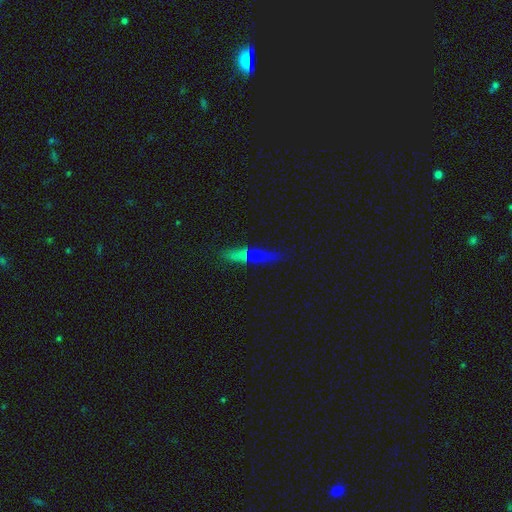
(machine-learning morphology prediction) smooth_or_featured: smooth (p=0.53) [alt: star or artifact p=0.23]
how_rounded: cigar-shaped (p=0.75) [alt: in between p=0.20]
merging: none (p=0.74) [alt: minor disturbance p=0.15]